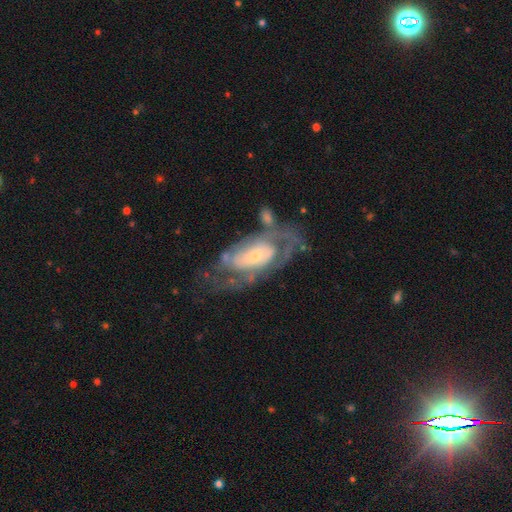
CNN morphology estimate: This appears to be a featured or disk galaxy (81%) with no bar (60%), 2 (41%) tight (49%) spiral arms (84%) and a small central bulge (61%). Merging: none (47%).